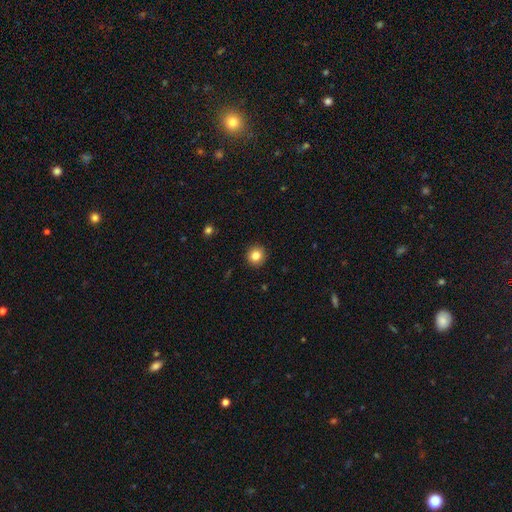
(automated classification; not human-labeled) Smooth or featured: smooth — 83% (star or artifact — 10%)
How rounded: round — 91% (in between — 8%)
Merging: none — 92% (minor disturbance — 5%)